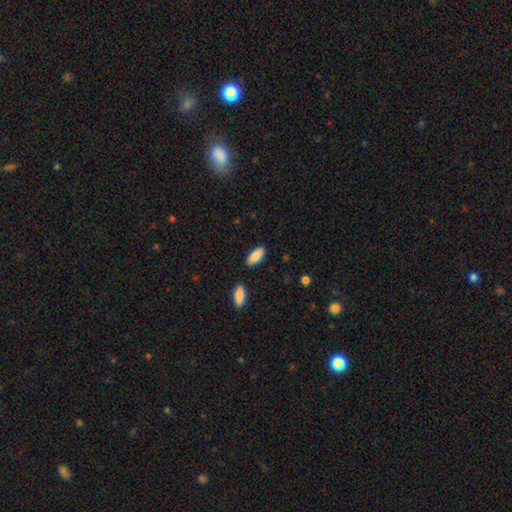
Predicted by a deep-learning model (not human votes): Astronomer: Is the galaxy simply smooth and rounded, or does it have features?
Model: smooth — 87%.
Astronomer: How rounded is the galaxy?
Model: in between — 81%.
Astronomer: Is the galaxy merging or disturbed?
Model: none — 85%.